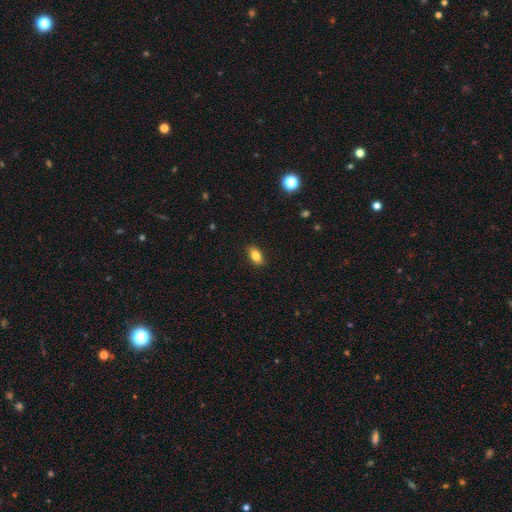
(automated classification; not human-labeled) This is clearly a smooth galaxy (83%). How rounded: clearly in between (88%). Merging: clearly none (88%).